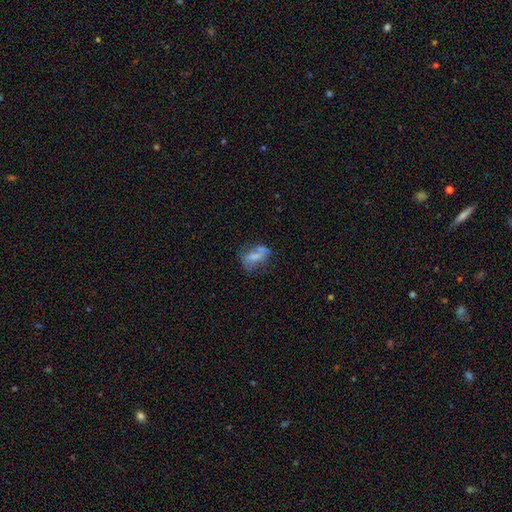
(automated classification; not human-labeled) Smooth or featured? Predicted: smooth (p=0.54). How rounded? Predicted: in between (p=0.79). Merging? Predicted: none (p=0.41).